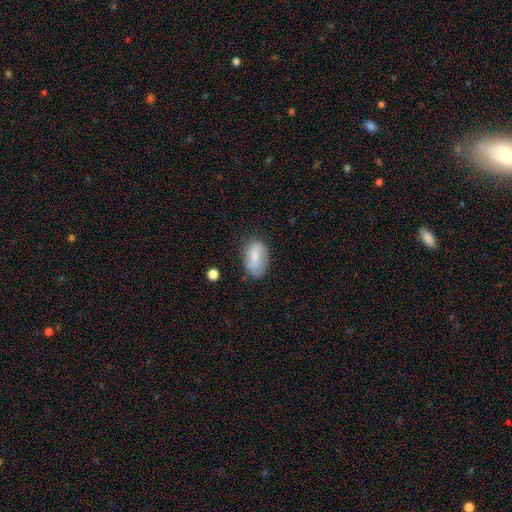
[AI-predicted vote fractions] This is likely a smooth galaxy (73%). How rounded: clearly in between (91%). Merging: likely none (70%).